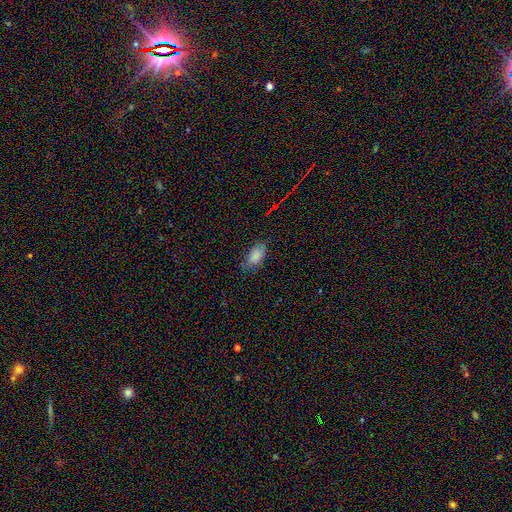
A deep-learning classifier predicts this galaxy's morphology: Smooth or featured?
  - smooth: 81% *
  - star or artifact: 11%
  - featured or disk: 7%
How rounded?
  - in between: 92% *
  - round: 5%
  - cigar-shaped: 3%
Merging?
  - none: 70% *
  - minor disturbance: 23%
  - major disturbance: 5%
  - merger: 1%